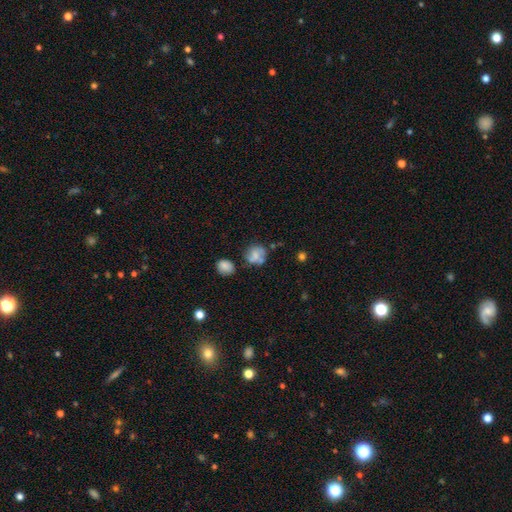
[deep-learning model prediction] This is possibly a smooth galaxy (59%). How rounded: likely round (66%). Merging: possibly none (47%).